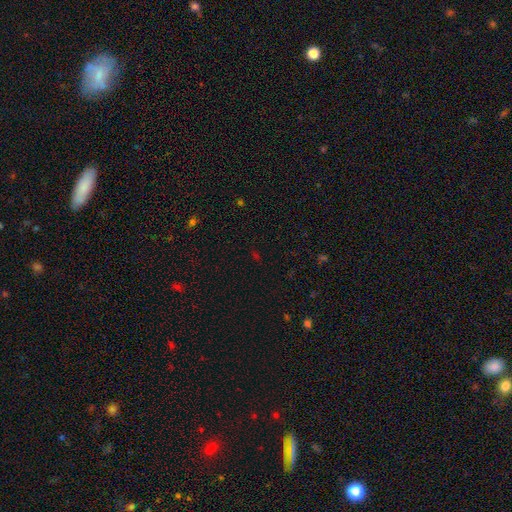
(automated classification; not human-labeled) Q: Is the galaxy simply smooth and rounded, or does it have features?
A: star or artifact — 64%.